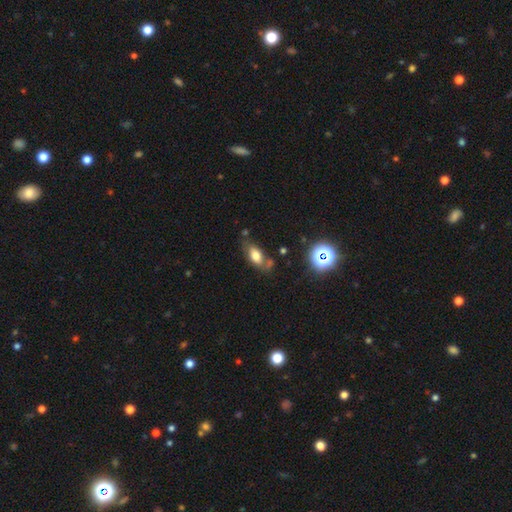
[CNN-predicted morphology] Q: Smooth or featured?
A: smooth (71%); runner-up: featured or disk (18%)
Q: How rounded?
A: in between (85%); runner-up: cigar-shaped (8%)
Q: Merging?
A: none (60%); runner-up: minor disturbance (21%)